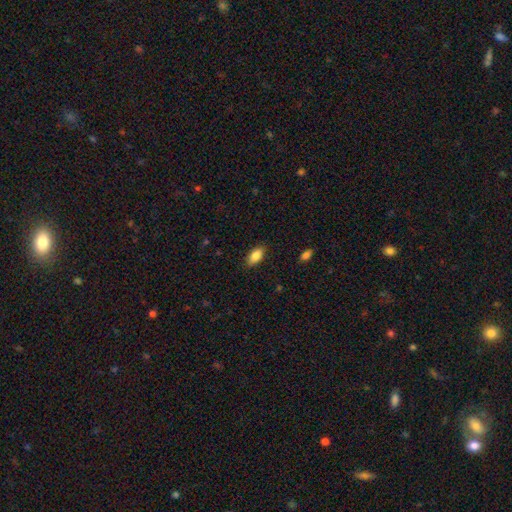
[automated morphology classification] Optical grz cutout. It shows a smooth galaxy with no disk features (85%) that is in between round and cigar-shaped (91%). Merging: none (87%).